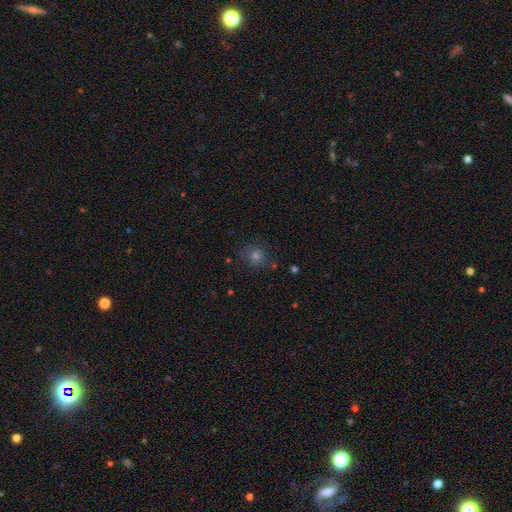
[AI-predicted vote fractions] smooth 61%, star or artifact 27%, featured or disk 12%. Down the decision tree: how rounded — round (87%); merging — none (81%).